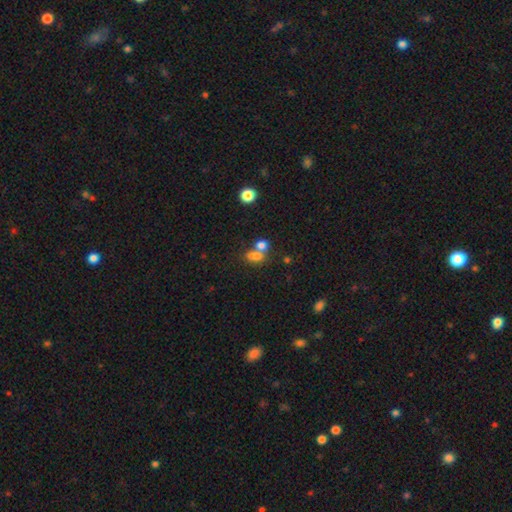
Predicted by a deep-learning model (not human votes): A smooth galaxy with no disk features (71%) that is in between round and cigar-shaped (56%). Merging: merger (55%).